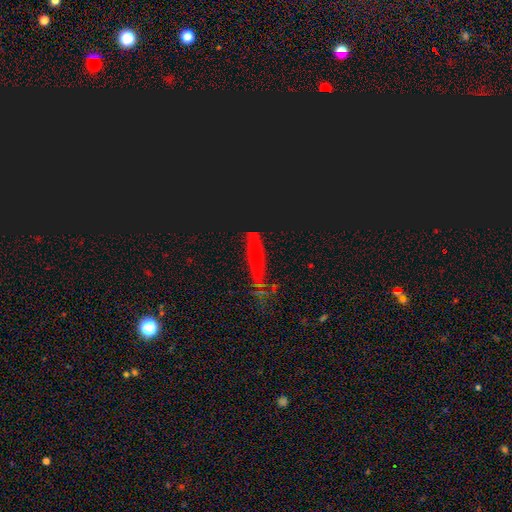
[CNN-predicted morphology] type=smooth (50%); merging=none (76%).